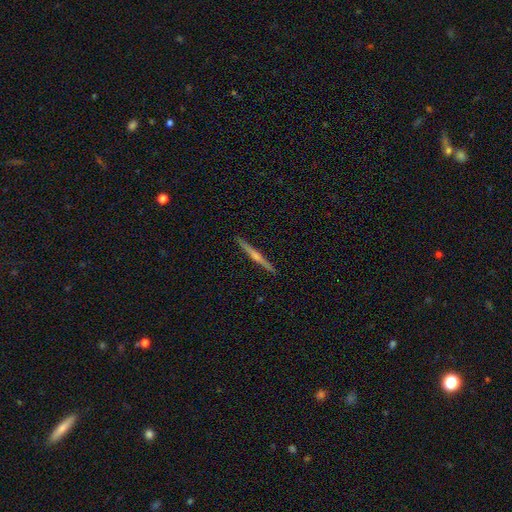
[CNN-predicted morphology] Q: Smooth or featured?
A: featured or disk (69%); runner-up: smooth (25%)
Q: Edge-on disk?
A: yes (98%); runner-up: no (2%)
Q: Edge-on bulge?
A: rounded (69%); runner-up: none (25%)
Q: Merging?
A: none (93%); runner-up: minor disturbance (5%)